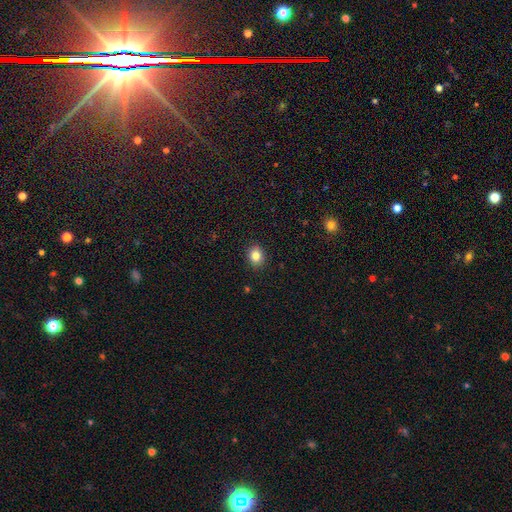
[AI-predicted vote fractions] smooth-or-featured: smooth: 84% | star or artifact: 10% | featured or disk: 6%
  how-rounded: round: 53% | in between: 46% | cigar-shaped: 1%
  merging: none: 90% | minor disturbance: 7% | major disturbance: 2% | merger: 1%